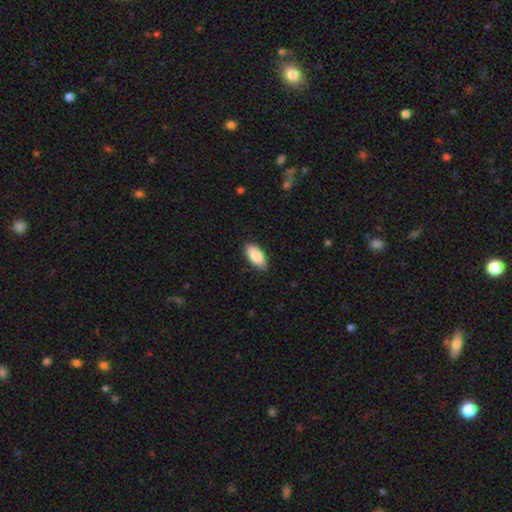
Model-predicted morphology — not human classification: type=smooth (89%); roundness=in between (93%); merging=none (85%).